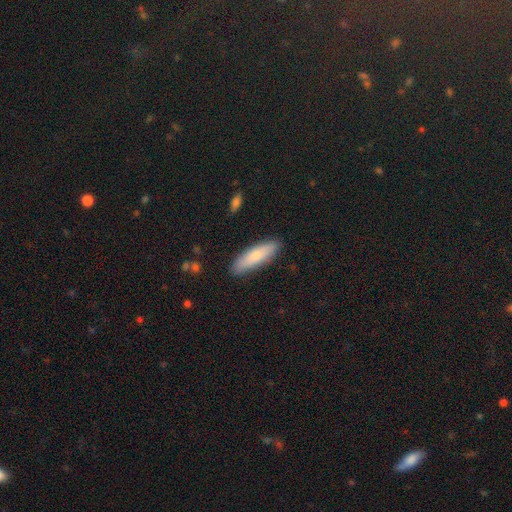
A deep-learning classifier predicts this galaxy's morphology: Q: Smooth or featured?
A: smooth (76%); runner-up: featured or disk (19%)
Q: How rounded?
A: cigar-shaped (58%); runner-up: in between (40%)
Q: Merging?
A: none (87%); runner-up: minor disturbance (10%)